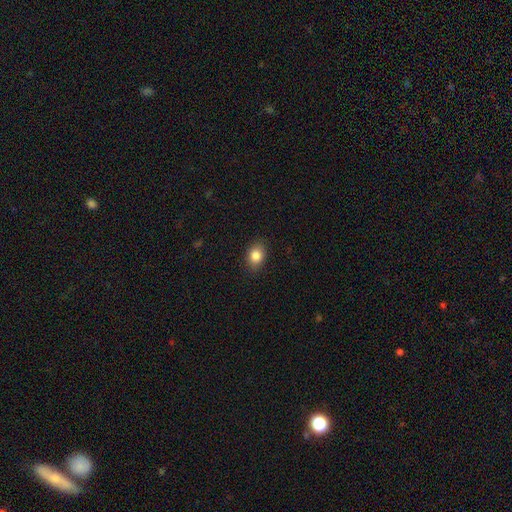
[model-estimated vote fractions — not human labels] Smooth or featured? smooth (84%)
How rounded? in between (65%)
Merging? none (87%)